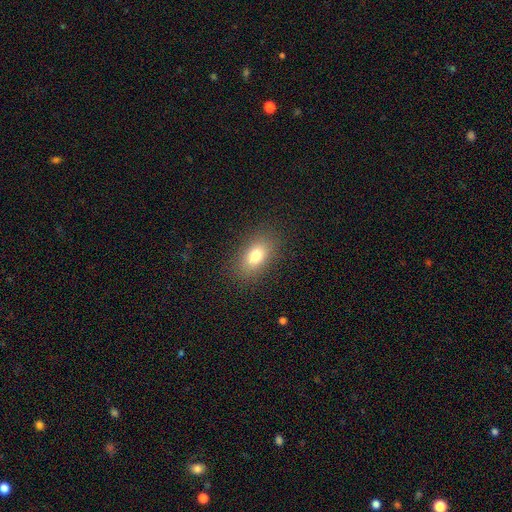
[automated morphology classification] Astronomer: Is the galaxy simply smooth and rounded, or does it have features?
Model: smooth — 79%.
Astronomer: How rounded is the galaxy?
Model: in between — 86%.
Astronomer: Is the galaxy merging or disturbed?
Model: none — 86%.